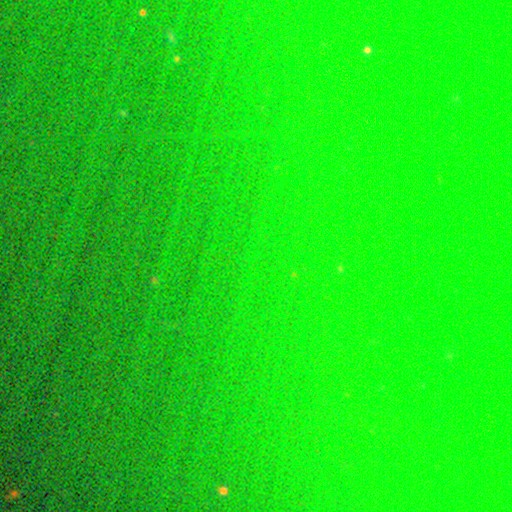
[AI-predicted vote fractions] Smooth or featured? Predicted: star or artifact (p=0.80).